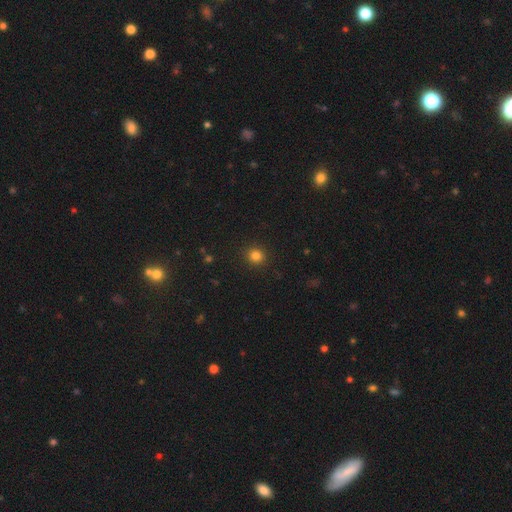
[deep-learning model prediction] The model was most divided on "smooth or featured": smooth: 83%, star or artifact: 13%, featured or disk: 4%. More confident: merging — none (91%); how rounded — round (88%).